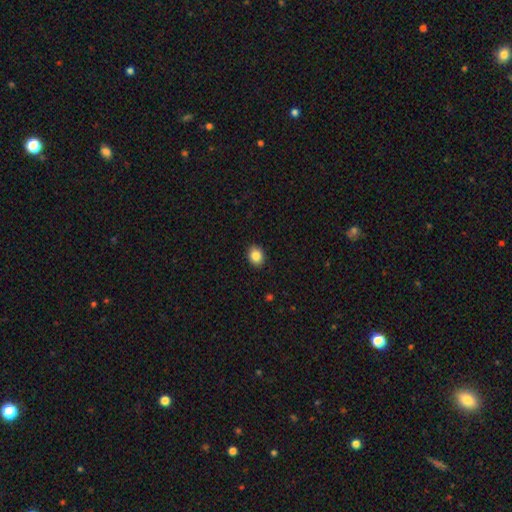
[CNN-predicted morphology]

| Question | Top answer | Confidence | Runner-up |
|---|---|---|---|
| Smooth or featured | smooth | 85% | star or artifact (9%) |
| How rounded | round | 55% | in between (44%) |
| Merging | none | 91% | minor disturbance (6%) |